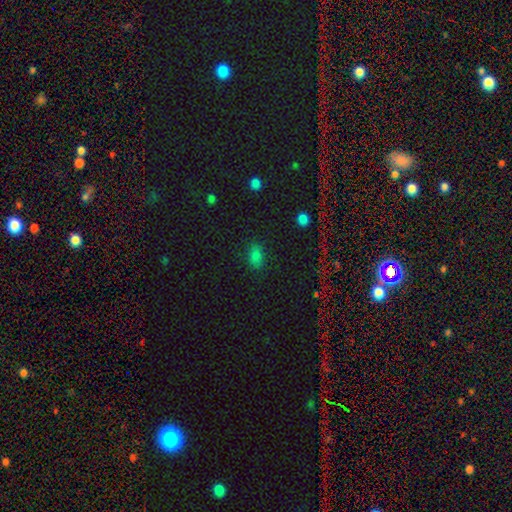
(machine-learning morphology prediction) type=smooth (79%); roundness=in between (85%); merging=none (81%).